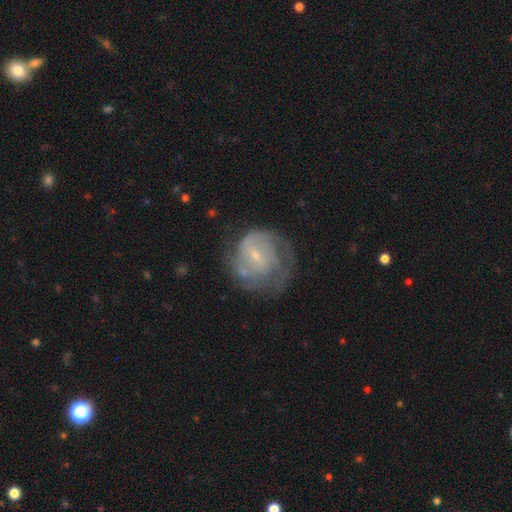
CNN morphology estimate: The model was most divided on "spiral arm count": 2: 36%, can't tell: 35%, 3: 13%, 1: 9%, 4: 4%, more than 4: 3%. Remaining: edge-on disk — no (98%); spiral arms — yes (88%); smooth or featured — featured or disk (76%); bulge size — small (73%); merging — none (55%); bar — weak (49%); spiral winding — tight (49%).